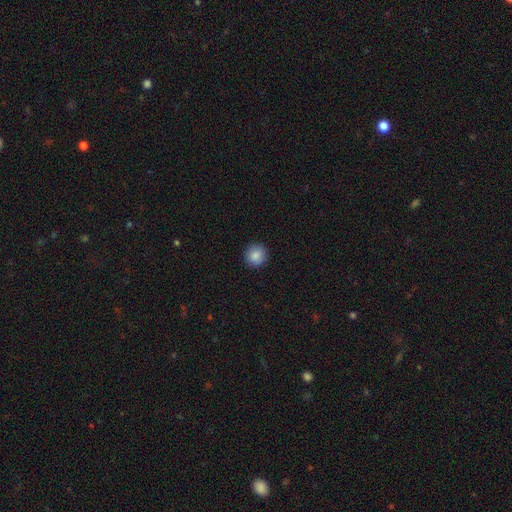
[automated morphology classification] Smooth or featured? smooth (87%)
How rounded? round (93%)
Merging? none (92%)